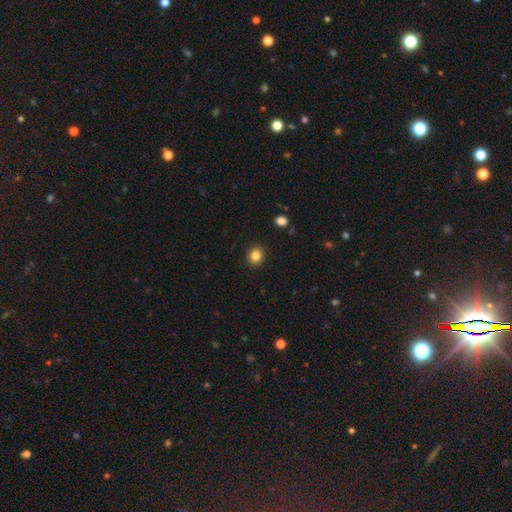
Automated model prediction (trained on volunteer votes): A smooth galaxy with no disk features (84%) that is round (64%). Merging: none (91%).